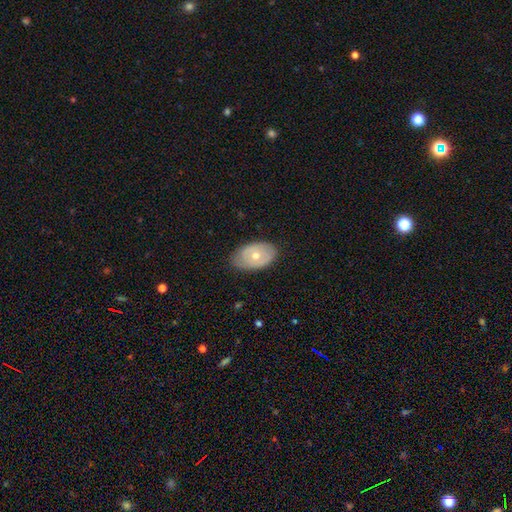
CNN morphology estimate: Smooth or featured: smooth — 48% (featured or disk — 46%)
Merging: none — 76% (minor disturbance — 19%)